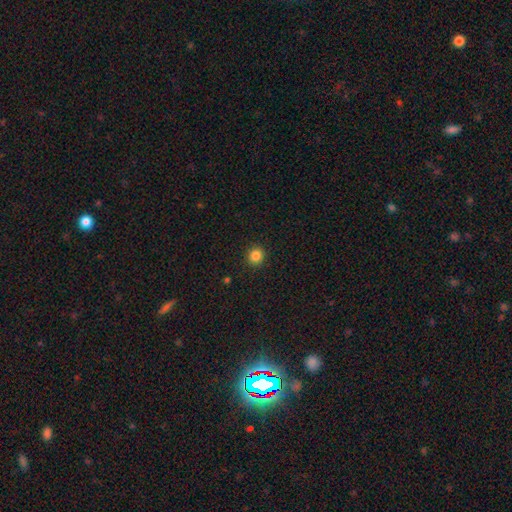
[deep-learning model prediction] Smooth or featured? Predicted: smooth (p=0.85). How rounded? Predicted: round (p=0.90). Merging? Predicted: none (p=0.92).